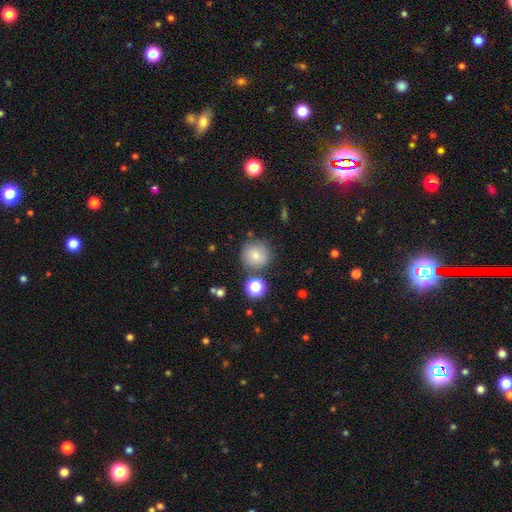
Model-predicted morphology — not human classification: Smooth or featured: smooth — 76% (star or artifact — 12%)
How rounded: round — 93% (in between — 6%)
Merging: none — 77% (minor disturbance — 12%)